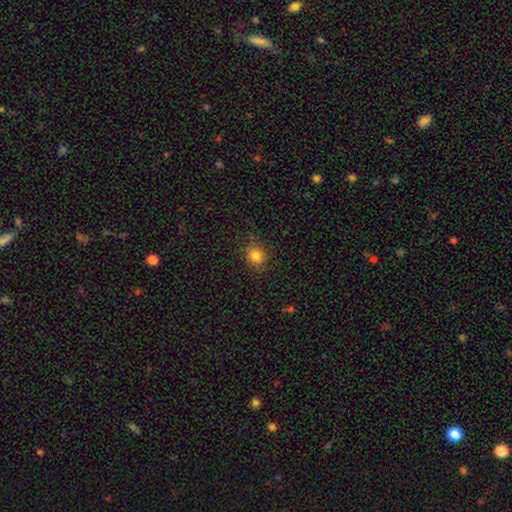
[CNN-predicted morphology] smooth 82%, star or artifact 13%, featured or disk 5%. Down the decision tree: how rounded — round (81%); merging — none (86%).